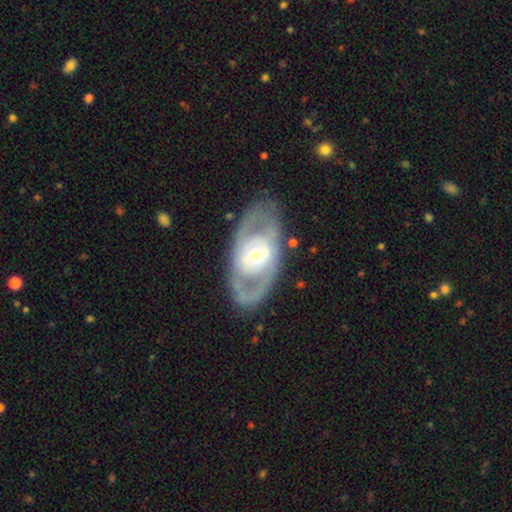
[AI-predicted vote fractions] Smooth or featured: featured or disk — 75% (smooth — 20%)
Edge-on disk: no — 91% (yes — 9%)
Bar: no — 51% (weak — 33%)
Spiral arms: yes — 51% (no — 49%)
Bulge size: moderate — 65% (small — 22%)
Merging: none — 79% (minor disturbance — 13%)